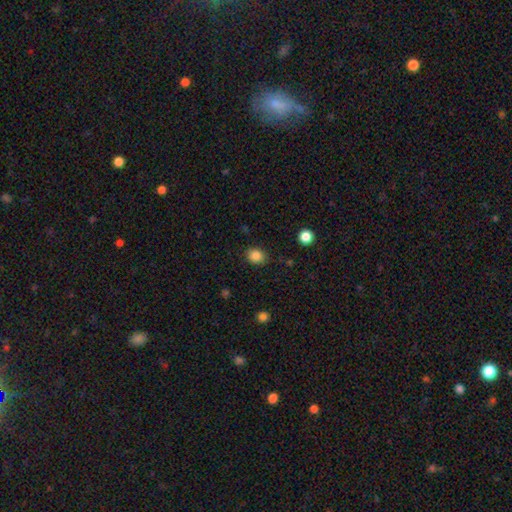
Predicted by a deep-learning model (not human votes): This is clearly a smooth galaxy (86%). How rounded: possibly round (58%). Merging: clearly none (85%).